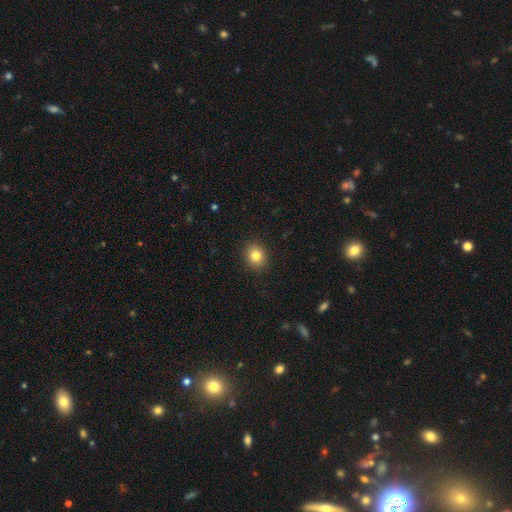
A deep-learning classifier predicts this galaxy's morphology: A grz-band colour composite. It shows a smooth galaxy with no disk features (83%) that is round (67%). Merging: none (90%).